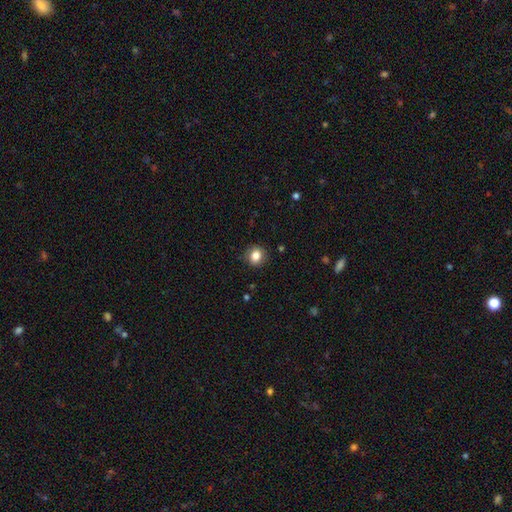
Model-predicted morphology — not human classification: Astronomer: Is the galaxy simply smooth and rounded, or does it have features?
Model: smooth — 84%.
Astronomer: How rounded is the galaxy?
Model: round — 77%.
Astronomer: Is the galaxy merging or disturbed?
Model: none — 88%.